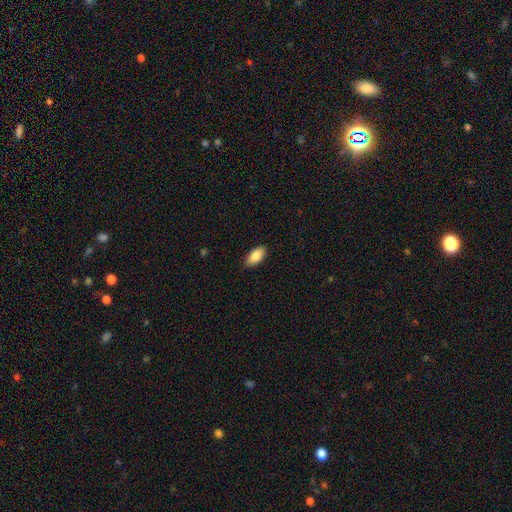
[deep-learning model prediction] The model was most divided on "merging": none: 85%, minor disturbance: 12%, major disturbance: 2%, merger: 1%. More confident: how rounded — in between (91%); smooth or featured — smooth (86%).